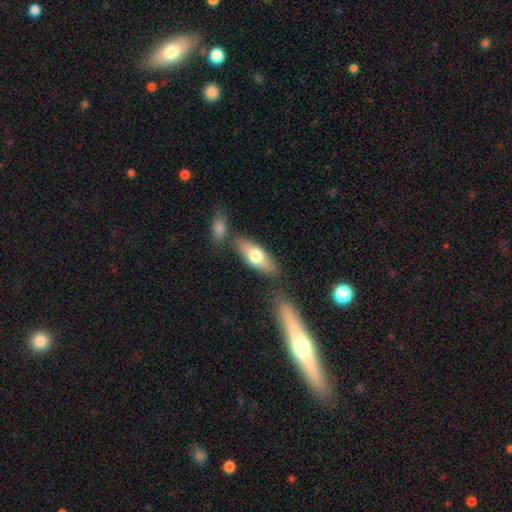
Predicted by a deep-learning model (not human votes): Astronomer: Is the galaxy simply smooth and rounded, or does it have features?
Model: smooth — 66%.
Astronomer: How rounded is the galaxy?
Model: in between — 67%.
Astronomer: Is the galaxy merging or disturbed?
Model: none — 71%.